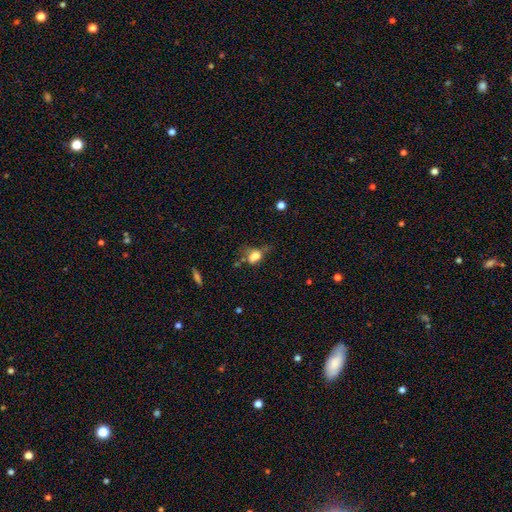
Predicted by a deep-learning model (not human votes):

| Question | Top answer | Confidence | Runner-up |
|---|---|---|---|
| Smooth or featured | smooth | 70% | featured or disk (18%) |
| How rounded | in between | 73% | round (23%) |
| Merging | none | 31% | minor disturbance (30%) |